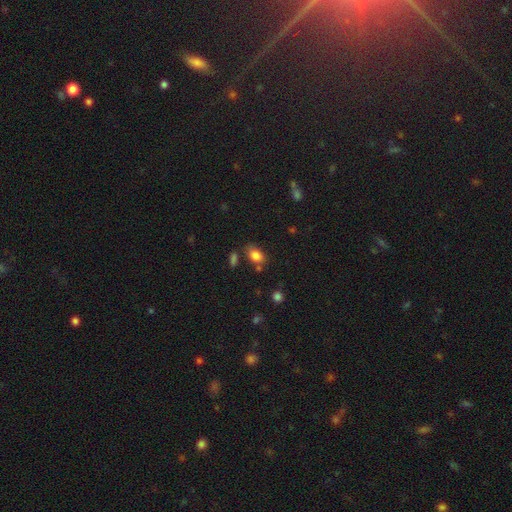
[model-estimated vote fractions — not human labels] This is clearly a smooth galaxy (83%). How rounded: clearly in between (85%). Merging: likely none (68%).